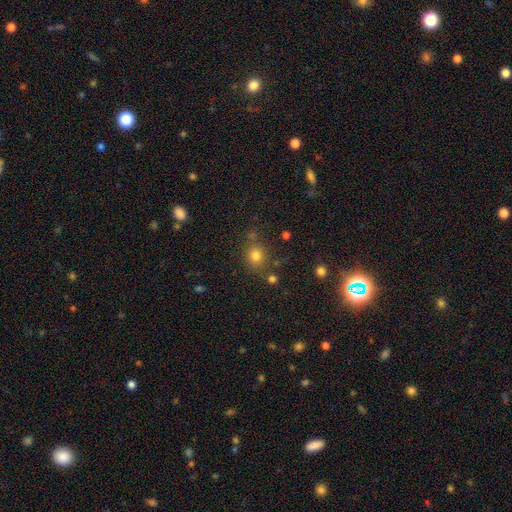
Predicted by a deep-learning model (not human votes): The model was most divided on "how rounded": round: 78%, in between: 21%, cigar-shaped: 1%. More confident: smooth or featured — smooth (78%); merging — none (73%).